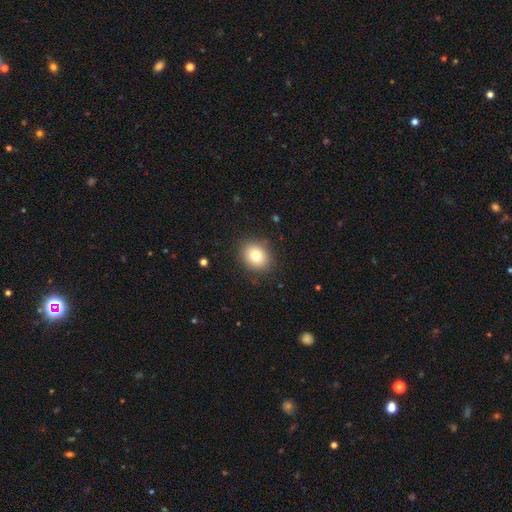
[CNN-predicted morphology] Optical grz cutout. It shows a smooth galaxy with no disk features (79%) that is round (59%). Merging: none (87%).